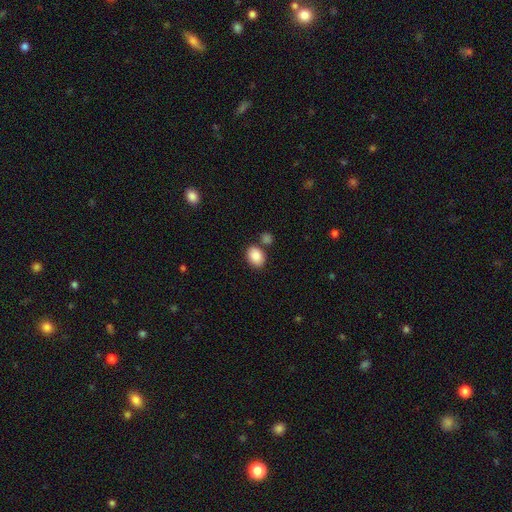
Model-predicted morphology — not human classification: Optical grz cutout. It shows a smooth galaxy with no disk features (89%) that is in between round and cigar-shaped (74%). Merging: none (72%).